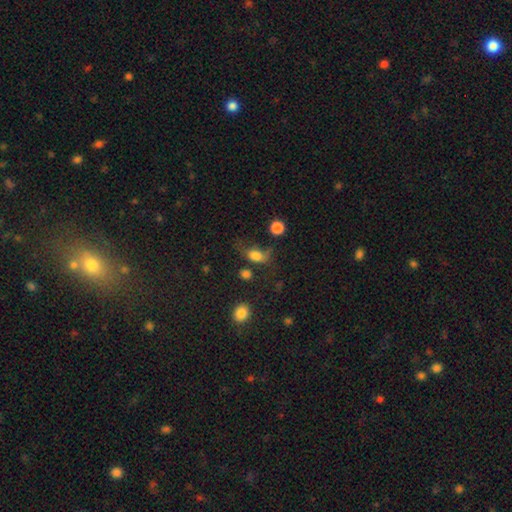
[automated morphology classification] Overall: smooth (77%). How rounded: in between (76%). Merging: none (34%; major disturbance 30%).